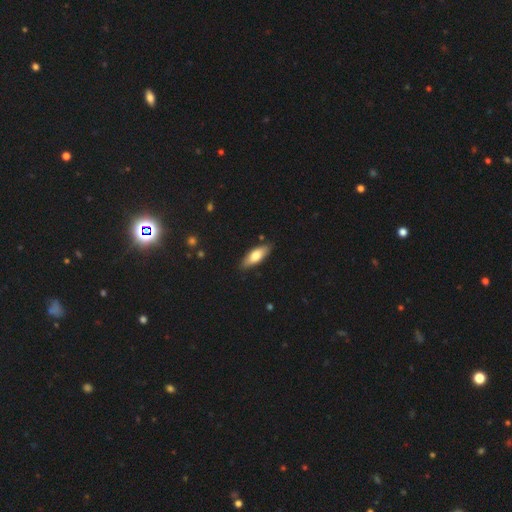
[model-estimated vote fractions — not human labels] Smooth or featured?
  - smooth: 68% *
  - featured or disk: 26%
  - star or artifact: 6%
How rounded?
  - in between: 63% *
  - cigar-shaped: 35%
  - round: 2%
Merging?
  - none: 85% *
  - minor disturbance: 11%
  - major disturbance: 2%
  - merger: 1%